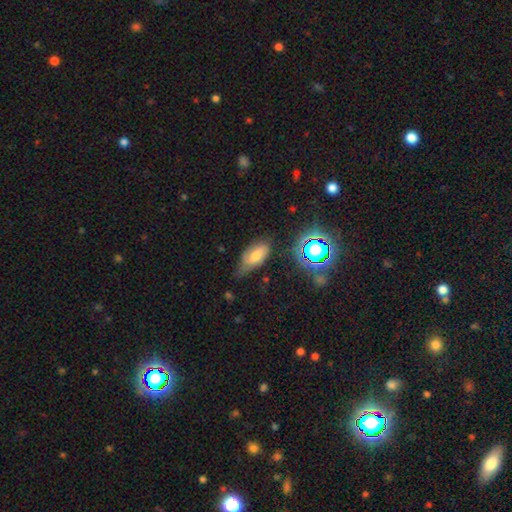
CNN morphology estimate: A smooth galaxy with no disk features (57%) that is in between round and cigar-shaped (83%). Merging: none (50%).